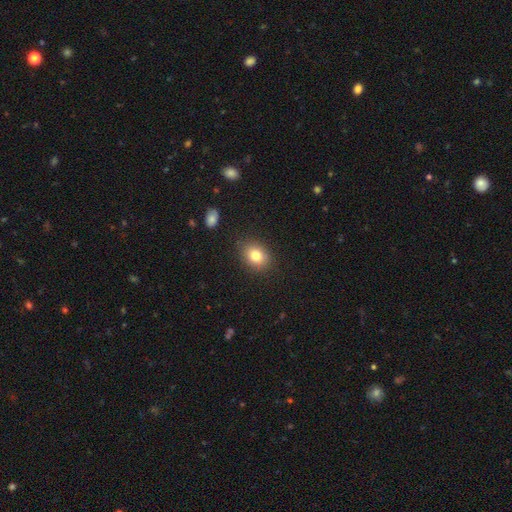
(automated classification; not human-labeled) Smooth or featured? Predicted: smooth (p=0.81). How rounded? Predicted: in between (p=0.58). Merging? Predicted: none (p=0.84).